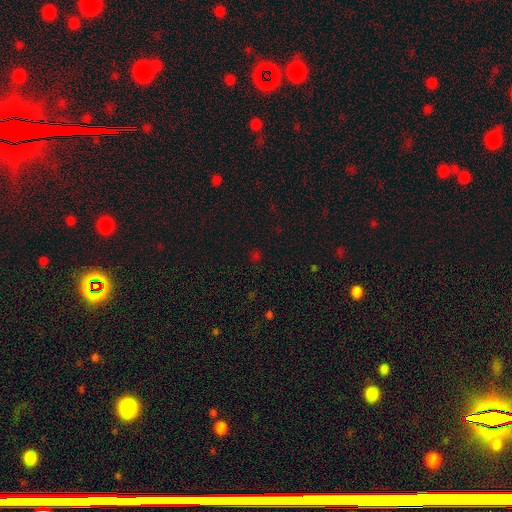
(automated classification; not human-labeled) smooth 47% (tied), star or artifact 47% (tied), featured or disk 6%. Down the decision tree: merging — none (81%).